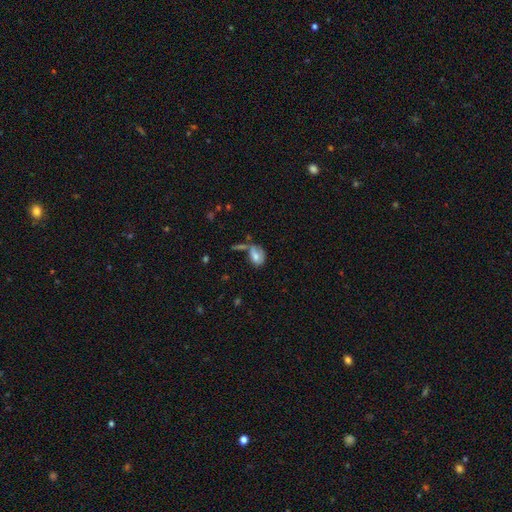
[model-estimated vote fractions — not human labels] smooth 62%, featured or disk 29%, star or artifact 9%. Down the decision tree: how rounded — in between (78%); merging — none (34%).